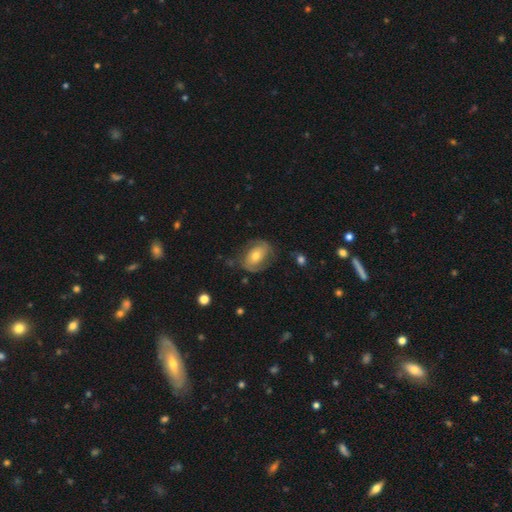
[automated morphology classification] Smooth or featured: featured or disk — 54% (smooth — 39%)
Edge-on disk: no — 94% (yes — 6%)
Bar: no — 57% (weak — 28%)
Spiral arms: yes — 69% (no — 31%)
Bulge size: moderate — 61% (small — 31%)
Merging: none — 62% (minor disturbance — 22%)